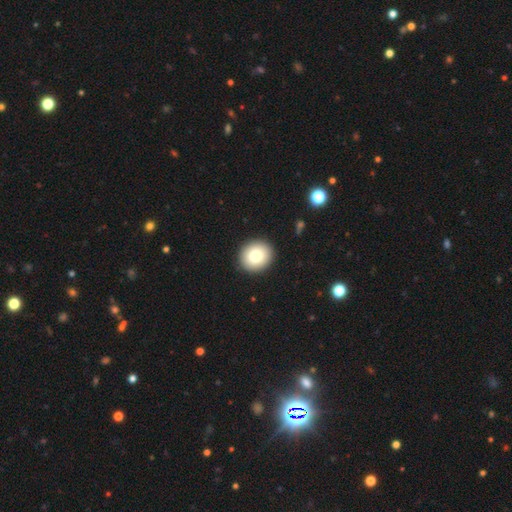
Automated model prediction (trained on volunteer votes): Smooth or featured? smooth (79%)
How rounded? round (82%)
Merging? none (92%)